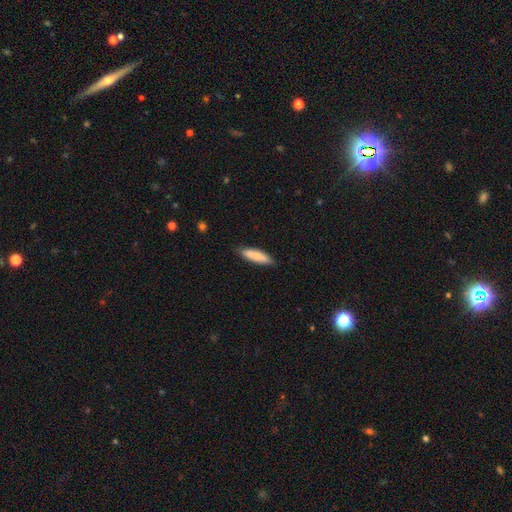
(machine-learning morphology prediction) This appears to be a smooth galaxy with no disk features (83%) that is cigar-shaped (63%). Merging: none (84%).